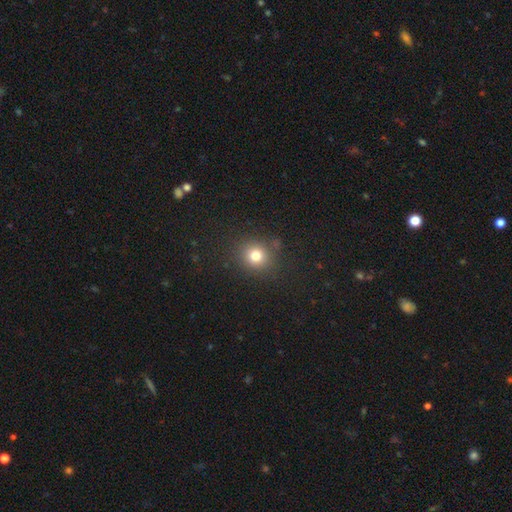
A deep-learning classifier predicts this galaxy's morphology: smooth_or_featured: smooth (p=0.78) [alt: star or artifact p=0.15]
how_rounded: round (p=0.85) [alt: in between p=0.14]
merging: none (p=0.85) [alt: minor disturbance p=0.09]